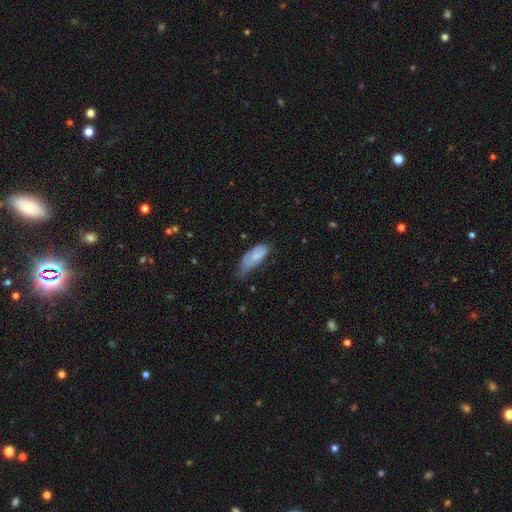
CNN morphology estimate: Smooth or featured?
  - smooth: 69% *
  - featured or disk: 23%
  - star or artifact: 8%
How rounded?
  - in between: 78% *
  - cigar-shaped: 19%
  - round: 2%
Merging?
  - minor disturbance: 44% *
  - none: 28%
  - major disturbance: 24%
  - merger: 3%